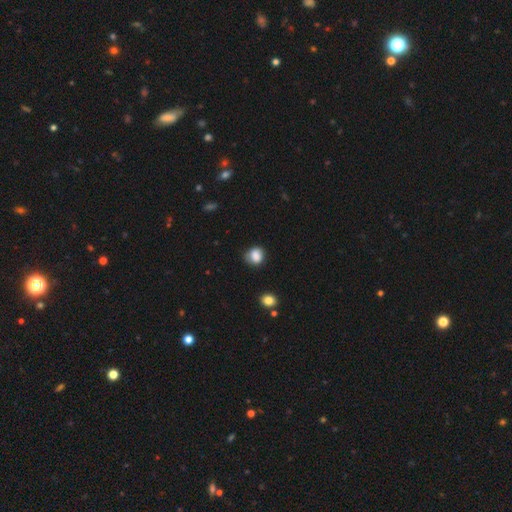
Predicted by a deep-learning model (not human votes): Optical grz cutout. It shows a smooth galaxy with no disk features (85%) that is round (72%). Merging: none (70%).